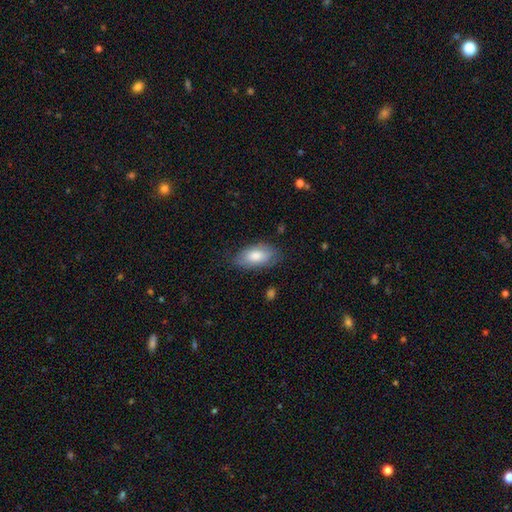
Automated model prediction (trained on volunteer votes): A smooth galaxy with no disk features (77%) that is in between round and cigar-shaped (93%).

Vote fractions:
- Smooth or featured? smooth: 77% / featured or disk: 17% / star or artifact: 6%
- How rounded? in between: 93% / cigar-shaped: 3% / round: 3%
- Merging? none: 73% / minor disturbance: 21% / major disturbance: 5% / merger: 1%